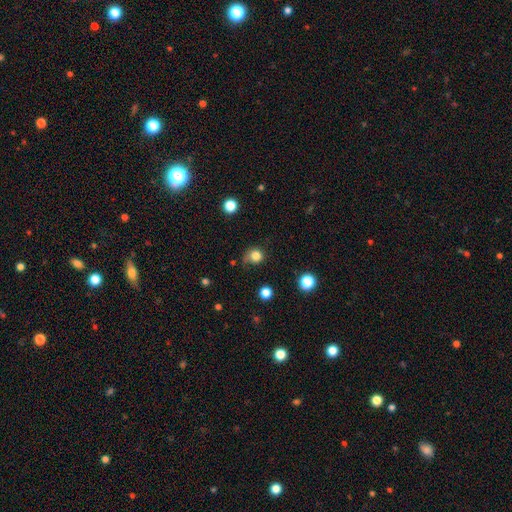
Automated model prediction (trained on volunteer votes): A smooth galaxy with no disk features (82%) that is round (84%). Merging: none (60%).